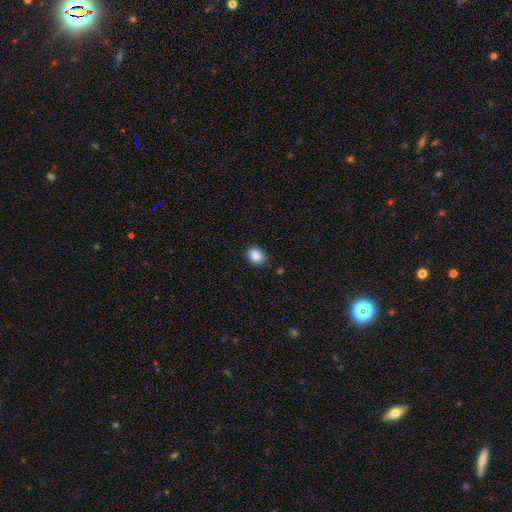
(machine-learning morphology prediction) This appears to be a smooth galaxy with no disk features (88%) that is round (50%). Merging: none (87%).